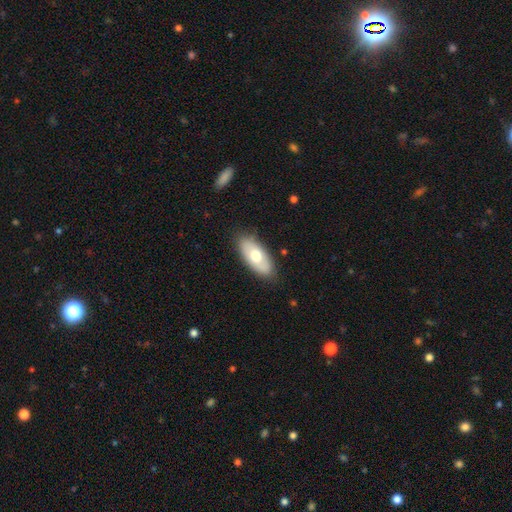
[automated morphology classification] type=smooth (63%); roundness=in between (90%); merging=none (84%).